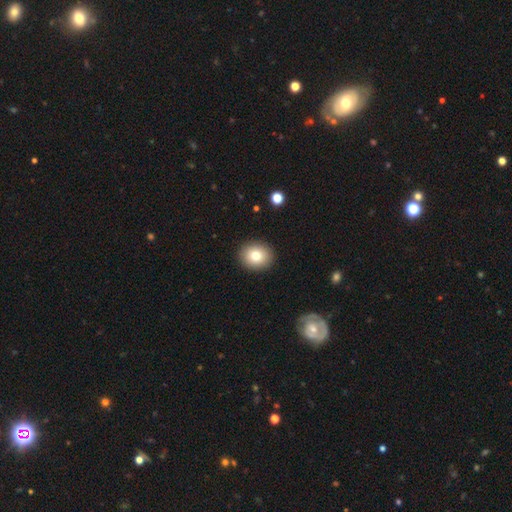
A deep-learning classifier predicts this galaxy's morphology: Smooth or featured? Predicted: smooth (p=0.81). How rounded? Predicted: round (p=0.67). Merging? Predicted: none (p=0.91).